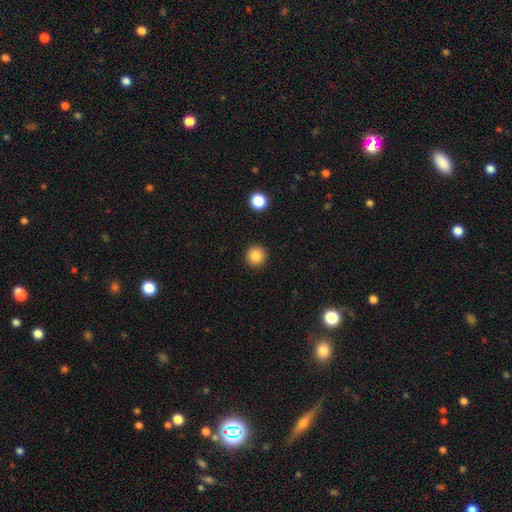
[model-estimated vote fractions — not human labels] Smooth or featured? smooth (85%)
How rounded? round (95%)
Merging? none (93%)